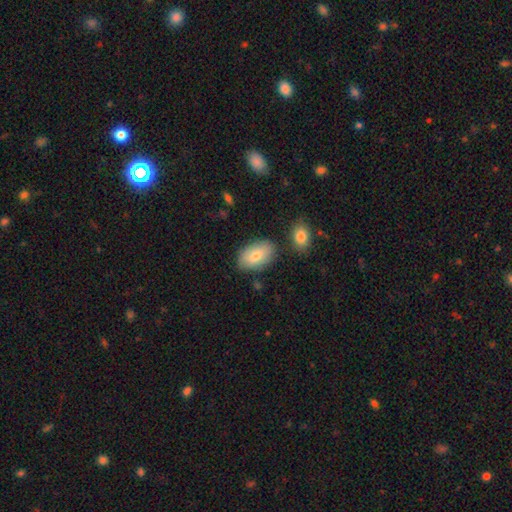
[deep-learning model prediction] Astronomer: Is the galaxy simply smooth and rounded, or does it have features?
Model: smooth — 76%.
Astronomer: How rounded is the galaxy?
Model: in between — 93%.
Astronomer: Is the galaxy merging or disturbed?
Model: none — 79%.